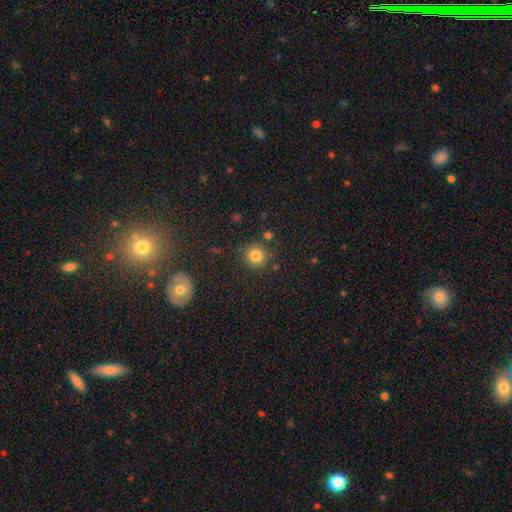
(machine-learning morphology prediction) Smooth or featured? smooth (82%)
How rounded? round (93%)
Merging? none (85%)